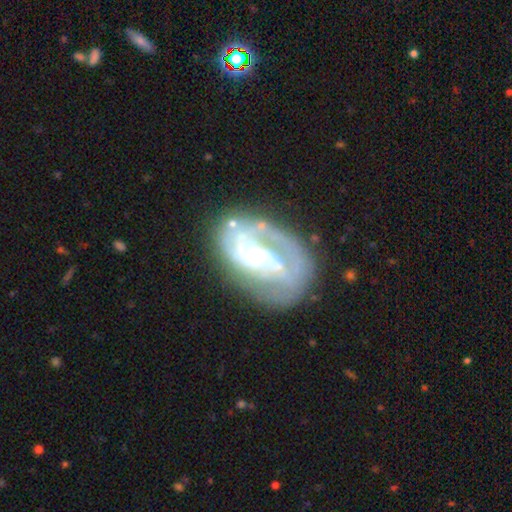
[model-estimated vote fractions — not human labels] Smooth or featured? Predicted: featured or disk (p=0.80). Edge-on disk? Predicted: no (p=0.97). Bar? Predicted: no (p=0.48). Spiral arms? Predicted: yes (p=0.79). Spiral winding? Predicted: medium (p=0.40). Spiral arm count? Predicted: 2 (p=0.41). Bulge size? Predicted: small (p=0.49). Merging? Predicted: none (p=0.52).